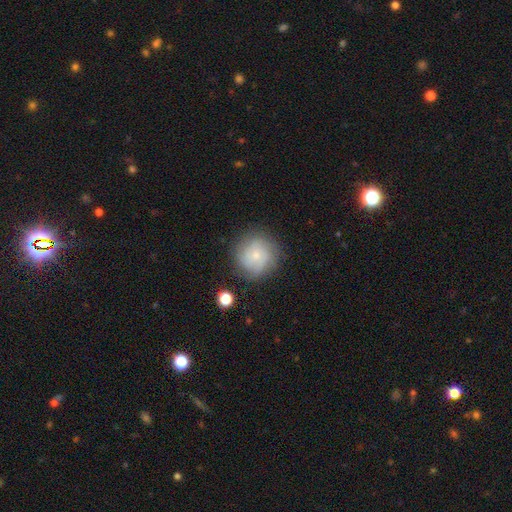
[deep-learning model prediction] smooth 55%, featured or disk 35%, star or artifact 10%. Down the decision tree: how rounded — round (93%); merging — none (78%).